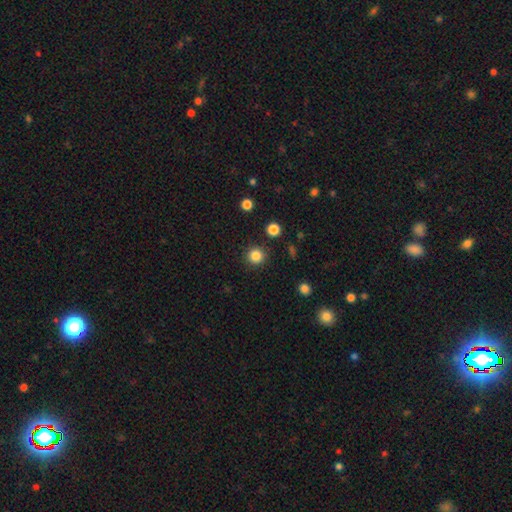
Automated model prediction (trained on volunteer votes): smooth 84%, star or artifact 12%, featured or disk 4%. Down the decision tree: how rounded — round (94%); merging — none (90%).